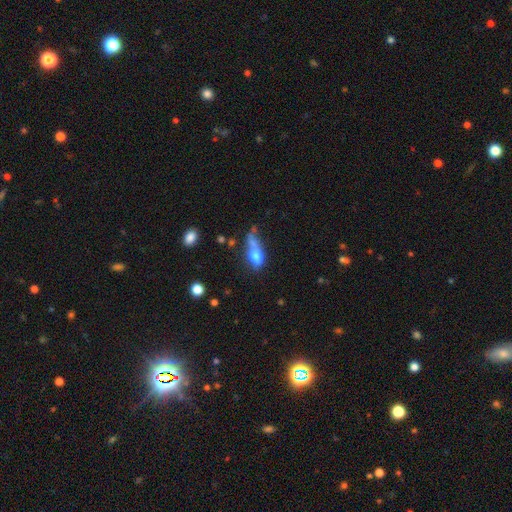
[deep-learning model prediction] A smooth galaxy with no disk features (66%) that is in between round and cigar-shaped (75%). Merging: merger (31%).